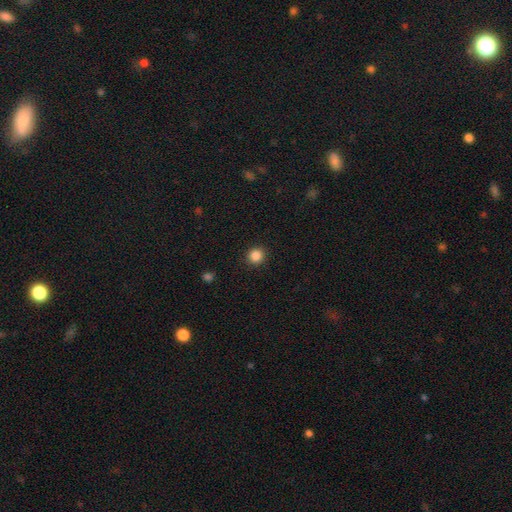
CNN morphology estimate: Smooth or featured?
  - smooth: 86% *
  - star or artifact: 11%
  - featured or disk: 3%
How rounded?
  - round: 93% *
  - in between: 6%
  - cigar-shaped: 1%
Merging?
  - none: 92% *
  - minor disturbance: 5%
  - major disturbance: 2%
  - merger: 1%